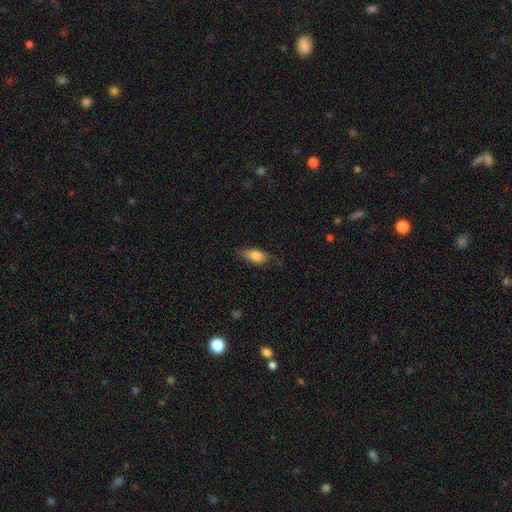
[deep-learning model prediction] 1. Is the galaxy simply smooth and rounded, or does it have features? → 74% smooth, 20% featured or disk, 7% star or artifact.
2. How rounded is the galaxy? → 83% in between, 13% cigar-shaped, 4% round.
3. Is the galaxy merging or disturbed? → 67% none, 25% minor disturbance, 7% major disturbance, 1% merger.